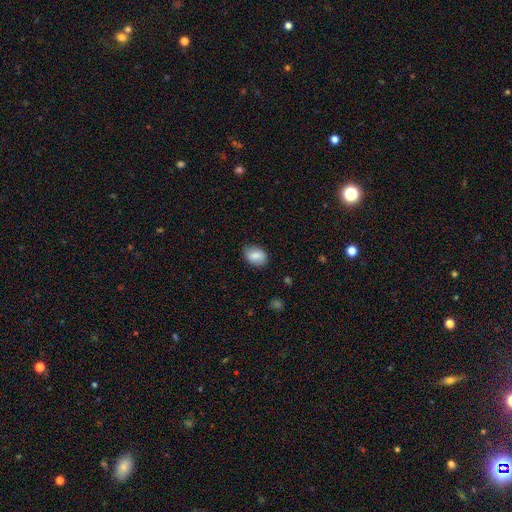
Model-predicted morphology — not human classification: A smooth galaxy with no disk features (80%) that is in between round and cigar-shaped (80%).

Vote fractions:
- Smooth or featured? smooth: 80% / featured or disk: 13% / star or artifact: 7%
- How rounded? in between: 80% / round: 19% / cigar-shaped: 1%
- Merging? none: 81% / minor disturbance: 15% / major disturbance: 3% / merger: 1%